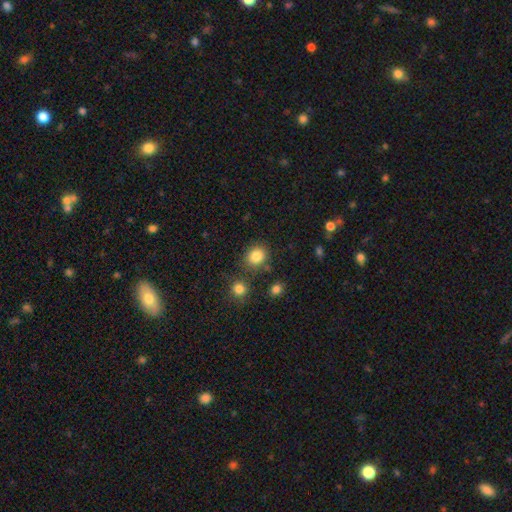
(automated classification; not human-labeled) A smooth galaxy with no disk features (84%) that is round (77%). Merging: none (78%).